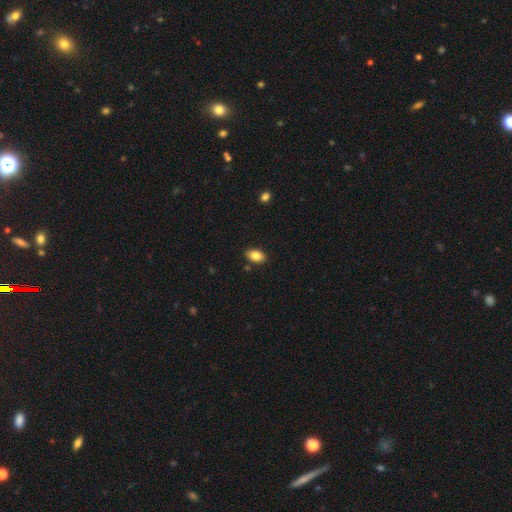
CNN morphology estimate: smooth-or-featured: smooth: 83% | featured or disk: 8% | star or artifact: 8%
  how-rounded: in between: 90% | round: 9% | cigar-shaped: 2%
  merging: none: 86% | minor disturbance: 10% | major disturbance: 2% | merger: 2%